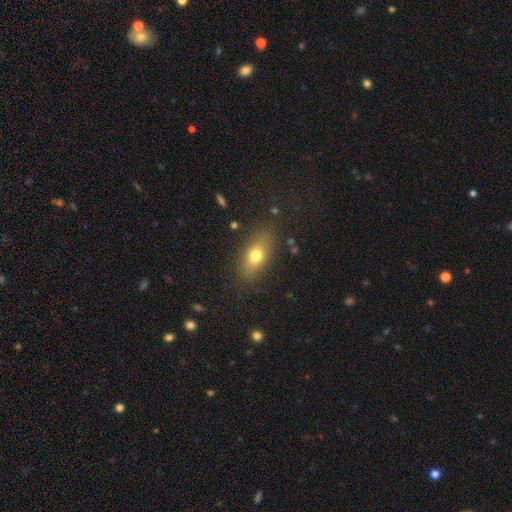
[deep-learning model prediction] Overall: smooth (72%). How rounded: in between (79%). Merging: none (82%).